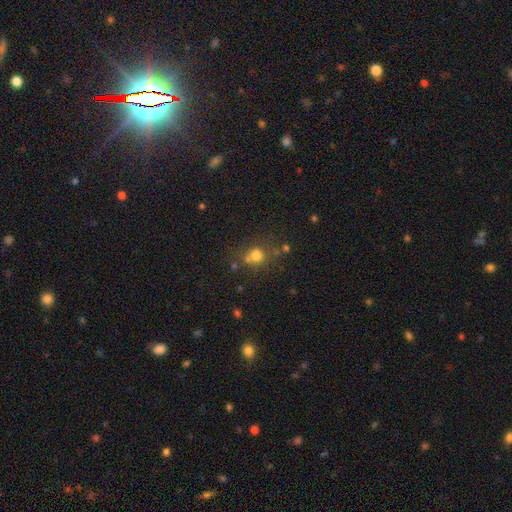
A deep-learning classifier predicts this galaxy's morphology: smooth_or_featured: smooth (p=0.71) [alt: star or artifact p=0.18]
how_rounded: round (p=0.76) [alt: in between p=0.23]
merging: none (p=0.54) [alt: merger p=0.24]